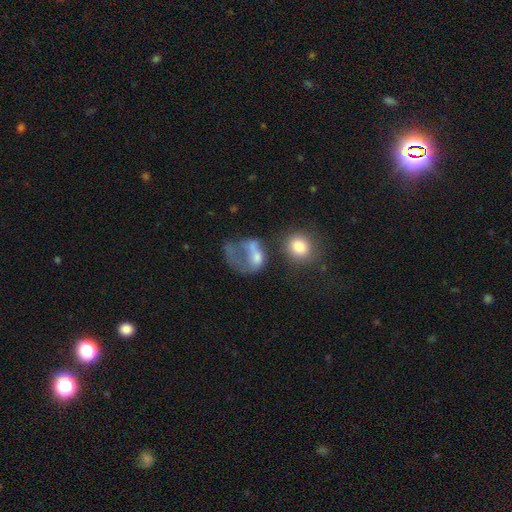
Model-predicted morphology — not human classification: Q: Smooth or featured?
A: smooth (44%); runner-up: featured or disk (41%)
Q: Merging?
A: major disturbance (49%); runner-up: merger (19%)